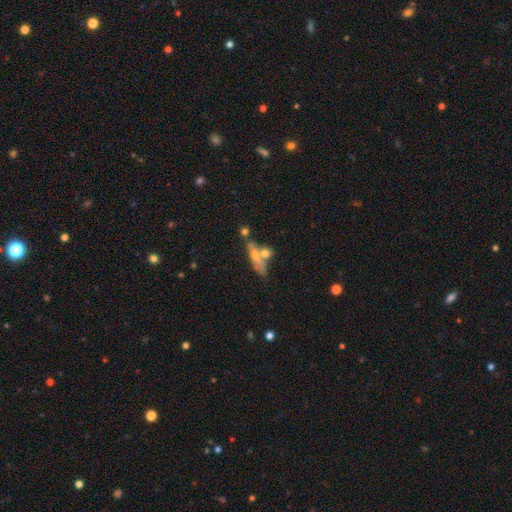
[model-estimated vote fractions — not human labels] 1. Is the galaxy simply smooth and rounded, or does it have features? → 47% featured or disk, 43% smooth, 11% star or artifact.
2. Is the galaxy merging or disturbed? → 47% none, 31% merger, 14% minor disturbance, 8% major disturbance.